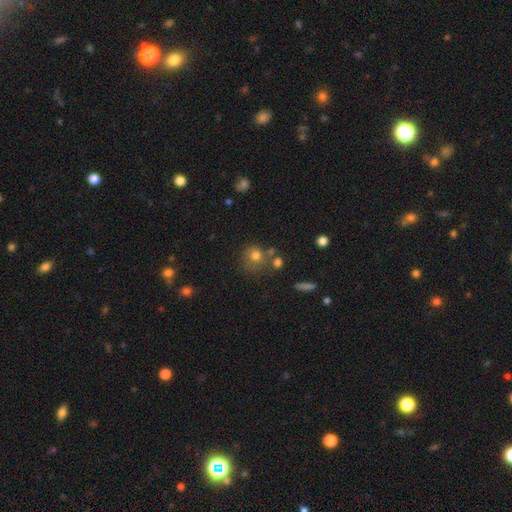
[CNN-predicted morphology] smooth_or_featured: smooth (p=0.74) [alt: star or artifact p=0.14]
how_rounded: round (p=0.84) [alt: in between p=0.15]
merging: none (p=0.57) [alt: merger p=0.19]